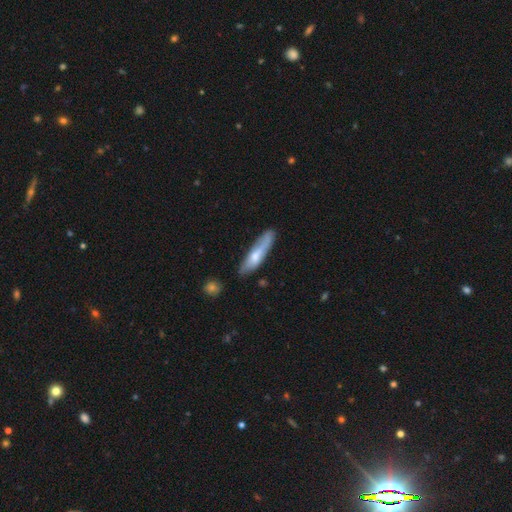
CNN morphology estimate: A smooth galaxy with no disk features (59%) that is cigar-shaped (79%).

Vote fractions:
- Smooth or featured? smooth: 59% / featured or disk: 36% / star or artifact: 6%
- How rounded? cigar-shaped: 79% / in between: 20% / round: 2%
- Merging? none: 66% / minor disturbance: 24% / major disturbance: 7% / merger: 3%